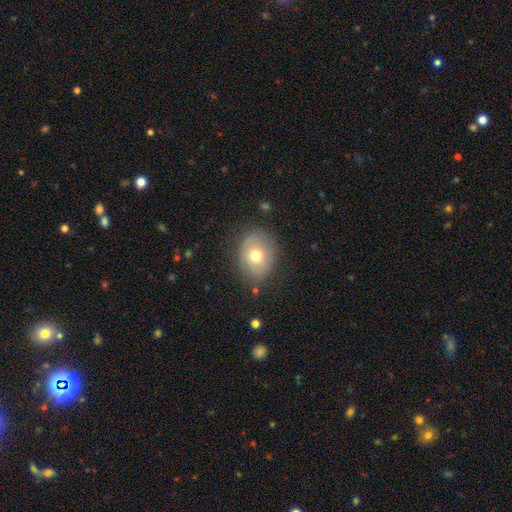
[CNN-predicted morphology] type=smooth (64%); roundness=in between (56%); merging=none (75%).